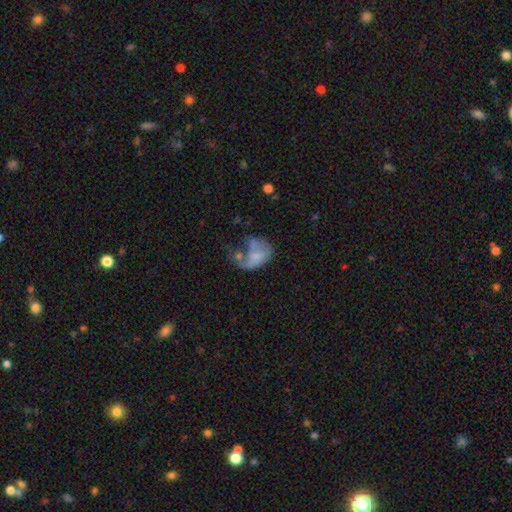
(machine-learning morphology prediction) type=smooth (45%, tied with featured or disk); merging=major disturbance (44%).